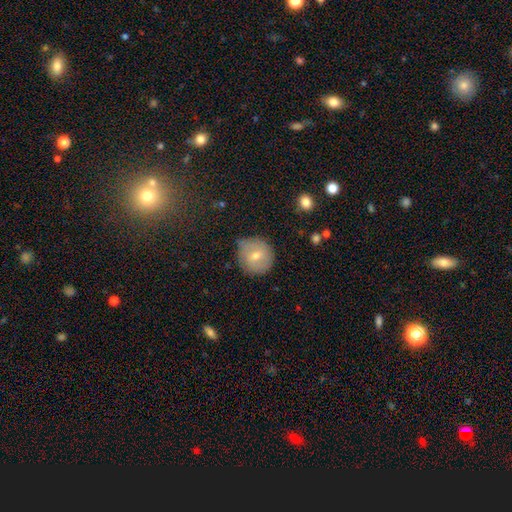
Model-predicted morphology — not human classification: The model was most divided on "smooth or featured": smooth: 64%, featured or disk: 28%, star or artifact: 8%. More confident: how rounded — round (90%); merging — none (74%).